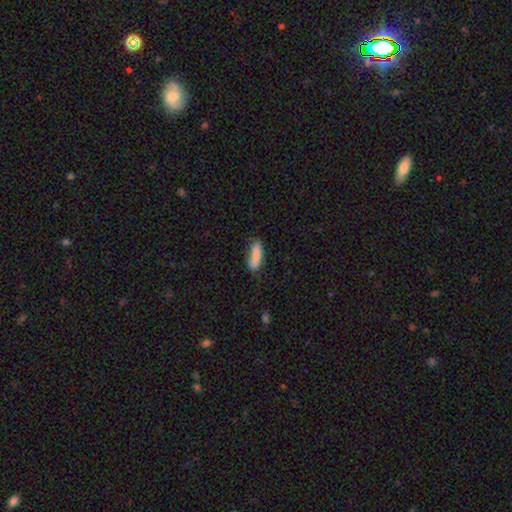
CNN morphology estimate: The model was most divided on "how rounded": in between: 56%, cigar-shaped: 42%, round: 2%. More confident: smooth or featured — smooth (83%); merging — none (66%).